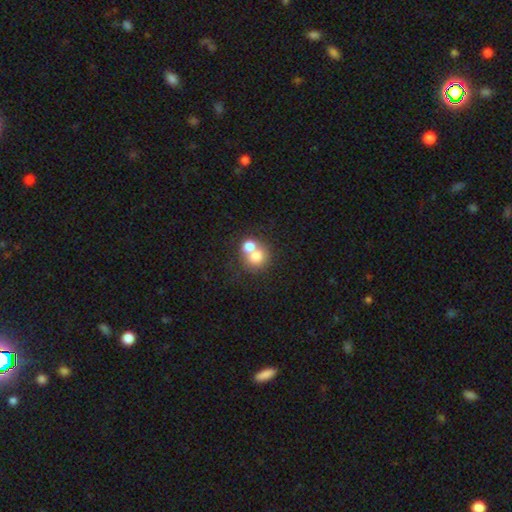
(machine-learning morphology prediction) Overall: smooth (73%). How rounded: round (80%). Merging: merger (57%; none 33%).